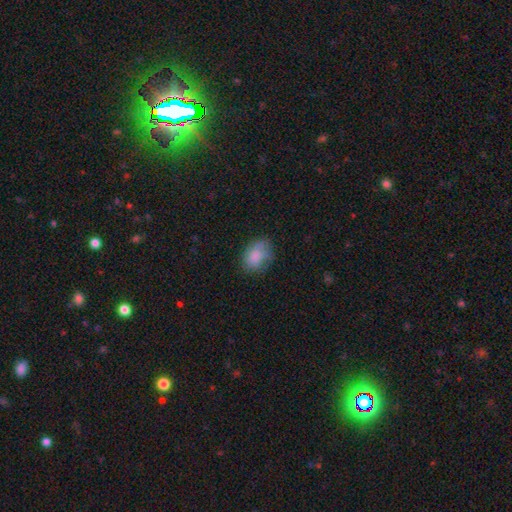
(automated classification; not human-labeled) This is likely a smooth galaxy (79%). How rounded: likely in between (63%). Merging: likely none (61%).